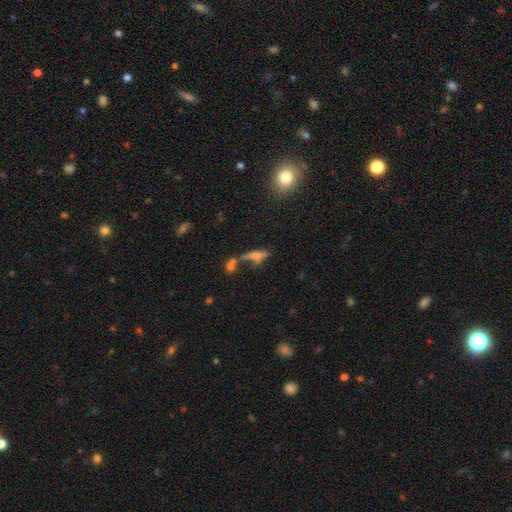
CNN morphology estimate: type=smooth (48%); merging=none (47%).